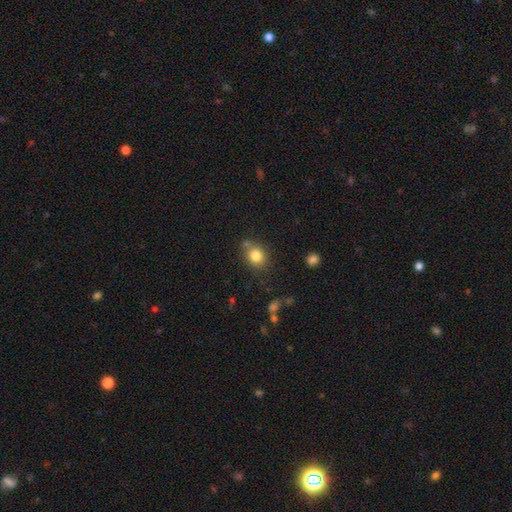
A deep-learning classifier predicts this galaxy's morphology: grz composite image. It shows a smooth galaxy with no disk features (82%) that is round (71%). Merging: none (71%).